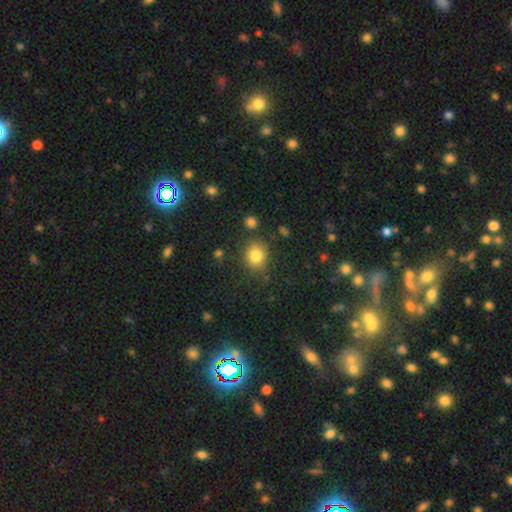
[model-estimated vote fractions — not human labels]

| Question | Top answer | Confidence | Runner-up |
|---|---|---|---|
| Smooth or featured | smooth | 82% | star or artifact (11%) |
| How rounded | round | 70% | in between (29%) |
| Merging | none | 76% | minor disturbance (15%) |